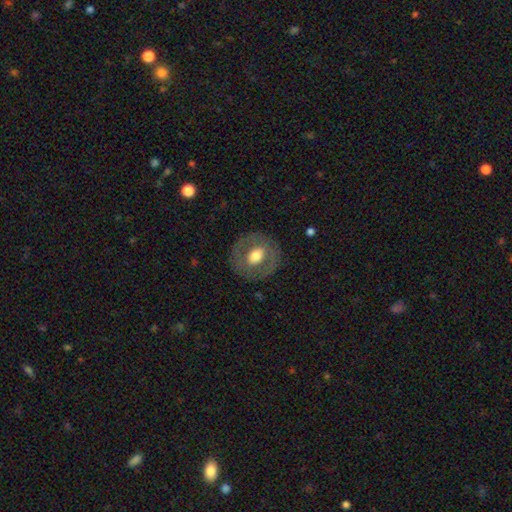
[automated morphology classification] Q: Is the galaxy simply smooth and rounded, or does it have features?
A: featured or disk — 49%.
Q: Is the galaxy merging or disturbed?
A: none — 82%.